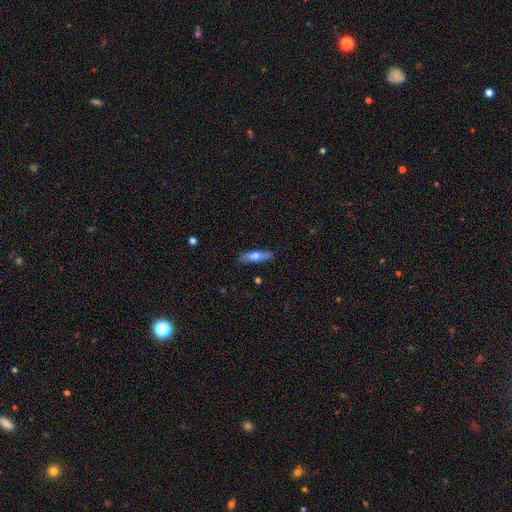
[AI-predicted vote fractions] smooth_or_featured: smooth (p=0.54) [alt: featured or disk p=0.40]
how_rounded: cigar-shaped (p=0.74) [alt: in between p=0.24]
merging: none (p=0.86) [alt: minor disturbance p=0.11]